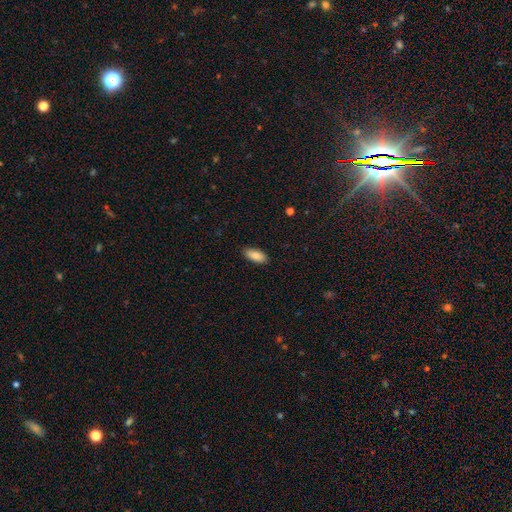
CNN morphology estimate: Smooth or featured? smooth (86%)
How rounded? in between (88%)
Merging? none (87%)